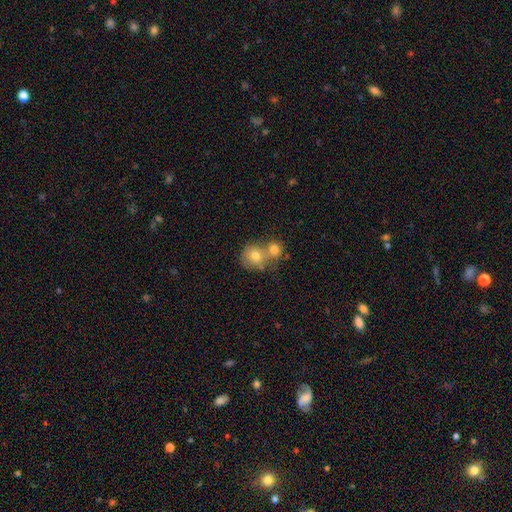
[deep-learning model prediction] smooth_or_featured: smooth (p=0.71) [alt: featured or disk p=0.18]
how_rounded: round (p=0.79) [alt: in between p=0.20]
merging: merger (p=0.55) [alt: none p=0.34]